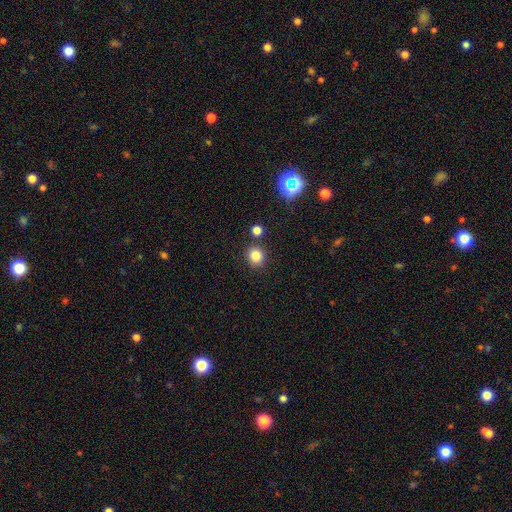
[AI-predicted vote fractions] smooth-or-featured: smooth: 81% | star or artifact: 13% | featured or disk: 6%
  how-rounded: round: 84% | in between: 15% | cigar-shaped: 1%
  merging: none: 84% | minor disturbance: 7% | merger: 7% | major disturbance: 2%